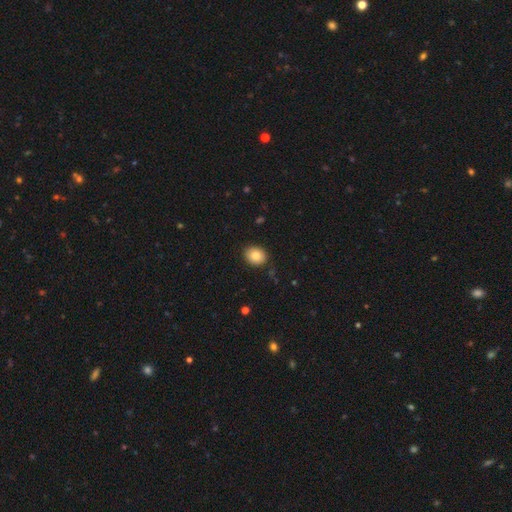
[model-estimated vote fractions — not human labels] Smooth or featured?
  - smooth: 85% *
  - star or artifact: 8%
  - featured or disk: 7%
How rounded?
  - round: 53% *
  - in between: 46%
  - cigar-shaped: 1%
Merging?
  - none: 88% *
  - minor disturbance: 9%
  - major disturbance: 2%
  - merger: 1%